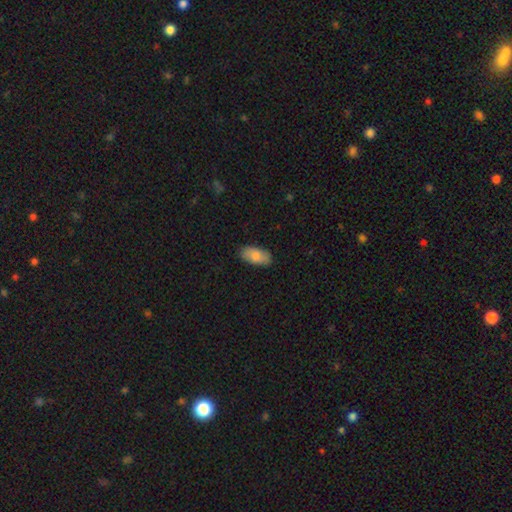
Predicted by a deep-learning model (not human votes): smooth-or-featured: smooth: 81% | featured or disk: 13% | star or artifact: 6%
  how-rounded: in between: 93% | cigar-shaped: 5% | round: 3%
  merging: none: 85% | minor disturbance: 11% | major disturbance: 2% | merger: 1%